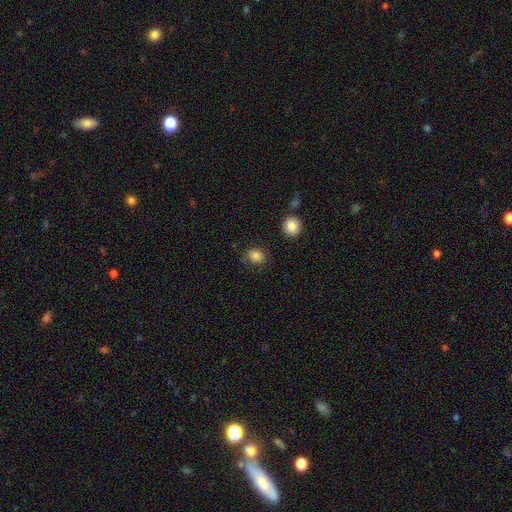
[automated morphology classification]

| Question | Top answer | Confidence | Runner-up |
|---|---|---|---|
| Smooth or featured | smooth | 83% | star or artifact (11%) |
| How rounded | round | 56% | in between (43%) |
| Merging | none | 70% | minor disturbance (20%) |